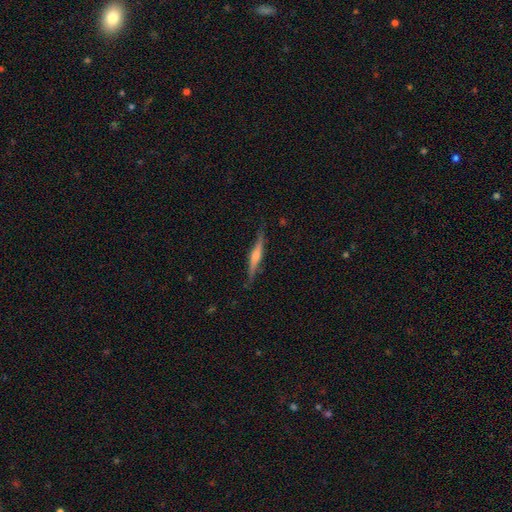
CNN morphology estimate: Smooth or featured? featured or disk (71%)
Edge-on disk? yes (97%)
Edge-on bulge? rounded (76%)
Merging? none (84%)